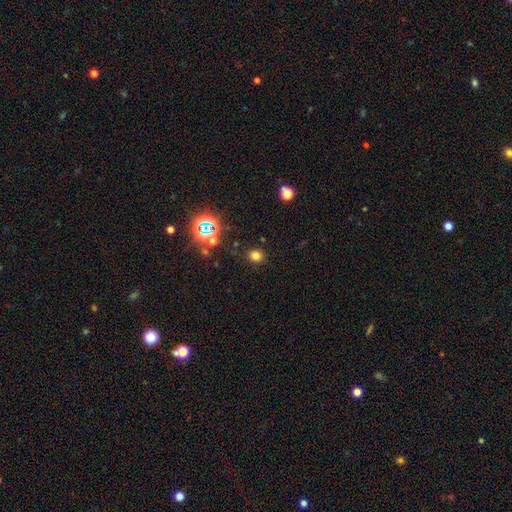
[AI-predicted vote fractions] smooth-or-featured: smooth: 72% | star or artifact: 22% | featured or disk: 6%
  how-rounded: round: 77% | in between: 22% | cigar-shaped: 1%
  merging: none: 87% | minor disturbance: 8% | major disturbance: 3% | merger: 2%